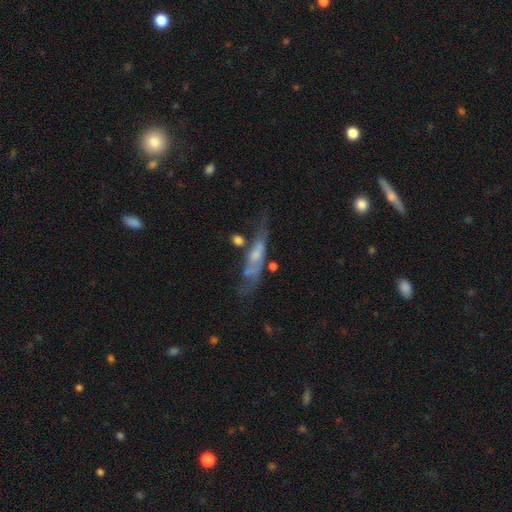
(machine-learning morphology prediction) This is possibly a featured or disk galaxy (59%). It is possibly not viewed edge-on (57%). Merging: marginally none (40%).